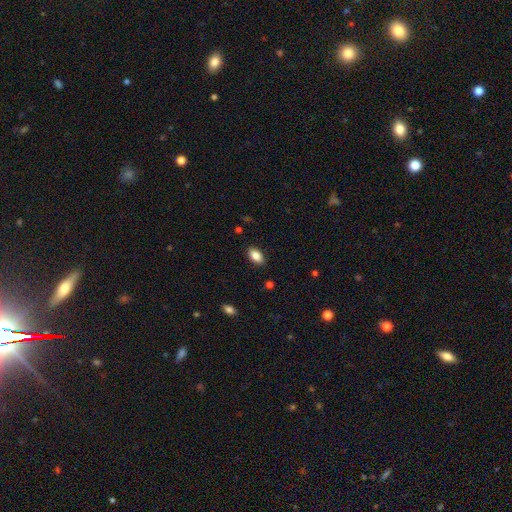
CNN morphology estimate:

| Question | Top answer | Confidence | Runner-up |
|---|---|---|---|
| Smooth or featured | smooth | 85% | star or artifact (8%) |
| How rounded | in between | 92% | round (4%) |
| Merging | none | 88% | minor disturbance (9%) |